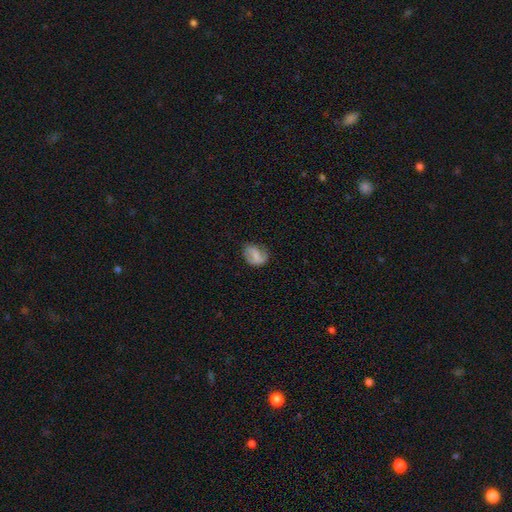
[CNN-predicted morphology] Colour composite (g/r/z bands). It shows a featured or disk galaxy (48%). Merging: none (60%).